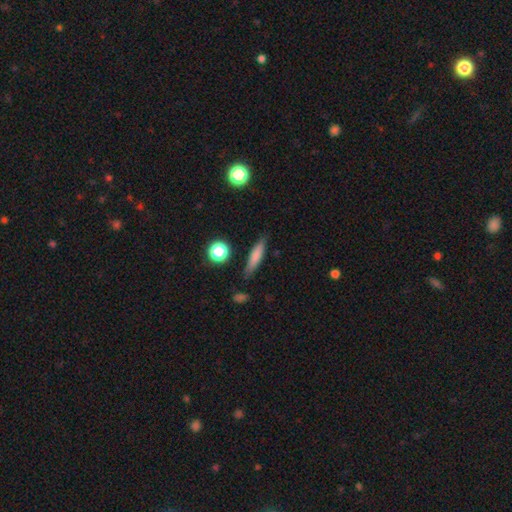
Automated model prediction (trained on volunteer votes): smooth_or_featured: smooth (p=0.75) [alt: featured or disk p=0.16]
how_rounded: cigar-shaped (p=0.79) [alt: in between p=0.18]
merging: none (p=0.83) [alt: minor disturbance p=0.12]